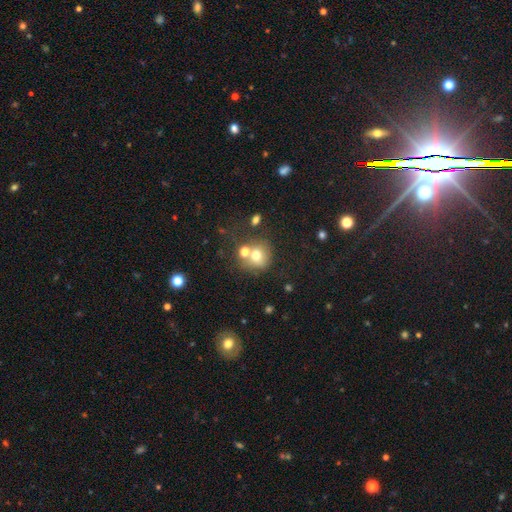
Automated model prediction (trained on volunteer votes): Smooth or featured: smooth — 68% (featured or disk — 17%)
How rounded: round — 80% (in between — 20%)
Merging: none — 48% (merger — 33%)